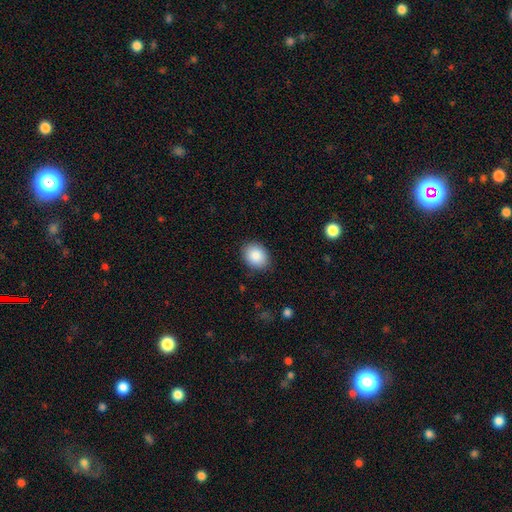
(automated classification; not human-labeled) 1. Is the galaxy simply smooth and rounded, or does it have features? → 88% smooth, 7% star or artifact, 5% featured or disk.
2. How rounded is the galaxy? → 56% in between, 43% round, 1% cigar-shaped.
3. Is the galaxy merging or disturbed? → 87% none, 10% minor disturbance, 2% major disturbance, 1% merger.